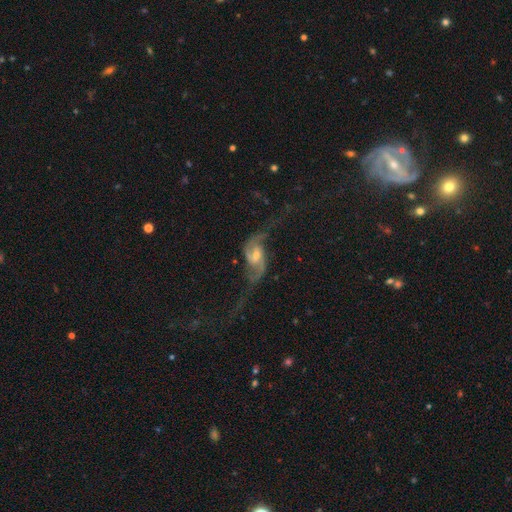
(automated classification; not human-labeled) smooth-or-featured: featured or disk: 87% | smooth: 7% | star or artifact: 6%
  disk-edge-on: no: 95% | yes: 5%
    bar: weak: 48% | no: 36% | strong: 17%
    has-spiral-arms: yes: 95% | no: 5%
      spiral-winding: loose: 81% | medium: 14% | tight: 5%
      spiral-arm-count: 2: 93% | can't tell: 2% | 1: 2% | 3: 1% | 4: 1% | more than 4: 1%
    bulge-size: moderate: 50% | small: 41% | large: 4% | none: 3% | dominant: 1%
  merging: none: 56% | major disturbance: 25% | minor disturbance: 15% | merger: 4%